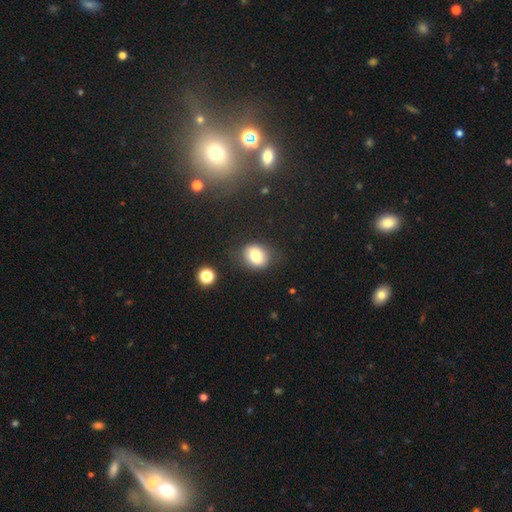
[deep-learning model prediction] Overall: smooth (77%). How rounded: in between (50%; round 49%). Merging: none (77%).